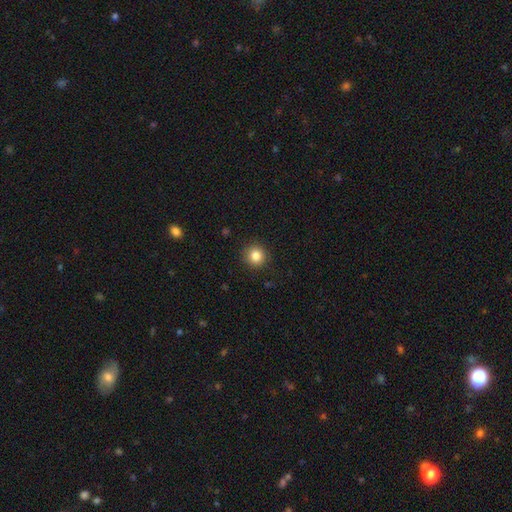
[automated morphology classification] smooth 84%, star or artifact 11%, featured or disk 5%. Down the decision tree: how rounded — round (92%); merging — none (90%).